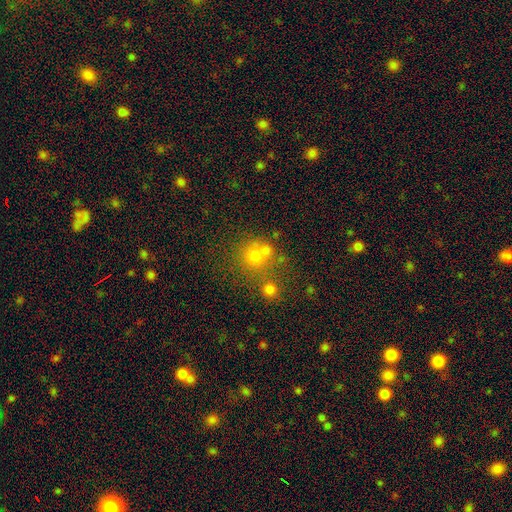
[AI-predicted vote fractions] Smooth or featured? smooth (68%)
How rounded? round (84%)
Merging? none (50%)